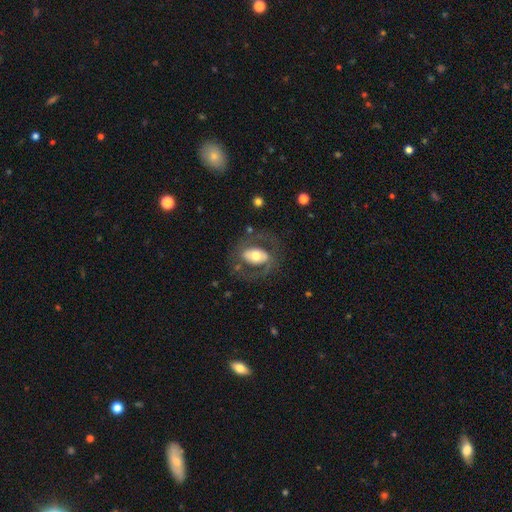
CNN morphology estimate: The model was most divided on "spiral arms": no: 53%, yes: 47%. More confident: edge-on disk — no (93%); merging — none (68%); bulge size — moderate (61%); smooth or featured — featured or disk (58%); bar — no (52%).